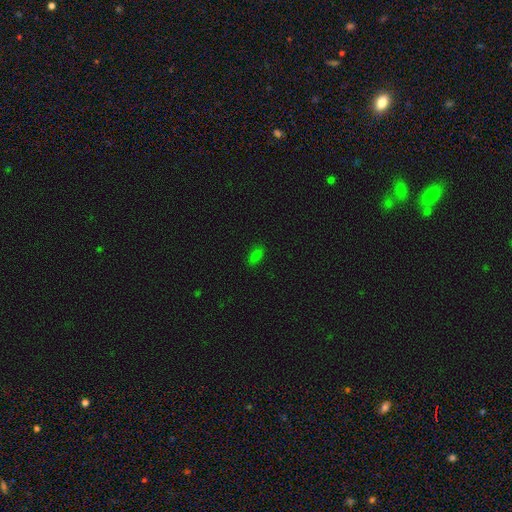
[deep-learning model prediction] smooth-or-featured: smooth: 80% | star or artifact: 15% | featured or disk: 5%
  how-rounded: in between: 84% | cigar-shaped: 12% | round: 4%
  merging: none: 85% | minor disturbance: 11% | major disturbance: 3% | merger: 1%